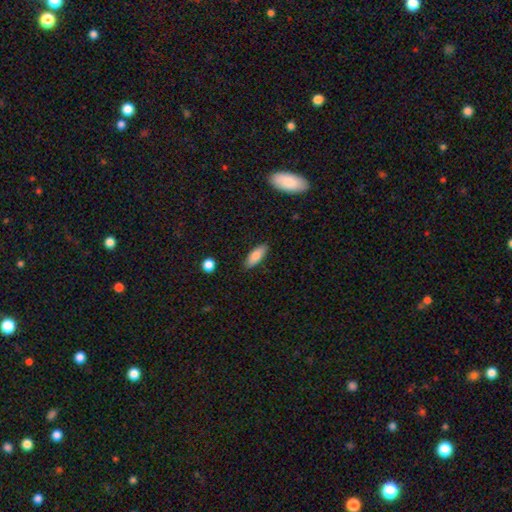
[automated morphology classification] smooth_or_featured: smooth (p=0.82) [alt: featured or disk p=0.11]
how_rounded: in between (p=0.72) [alt: cigar-shaped p=0.26]
merging: none (p=0.86) [alt: minor disturbance p=0.10]